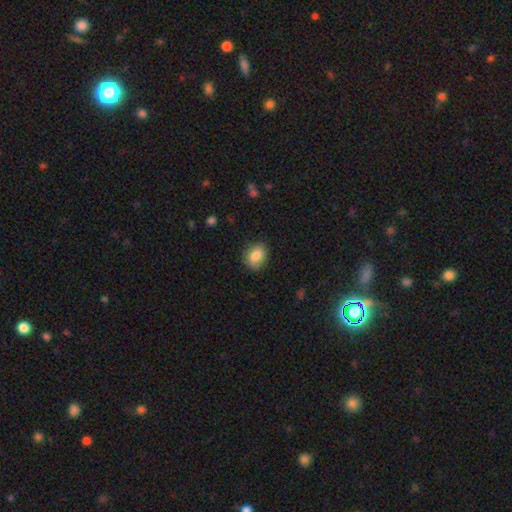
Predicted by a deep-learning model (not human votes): smooth 84%, featured or disk 8%, star or artifact 8%. Down the decision tree: how rounded — in between (62%); merging — none (84%).